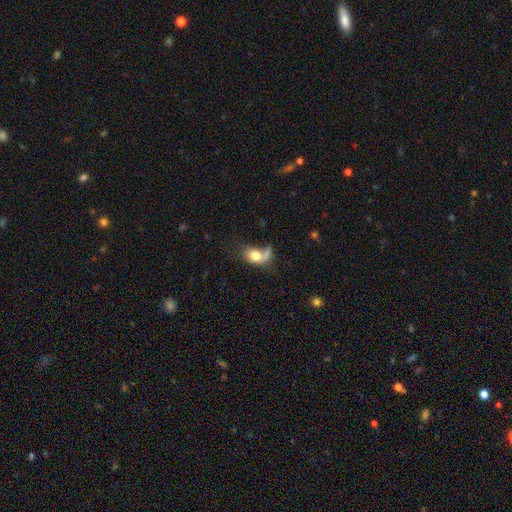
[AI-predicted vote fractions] smooth_or_featured: smooth (p=0.73) [alt: featured or disk p=0.18]
how_rounded: in between (p=0.72) [alt: round p=0.26]
merging: none (p=0.29) [alt: merger p=0.27]